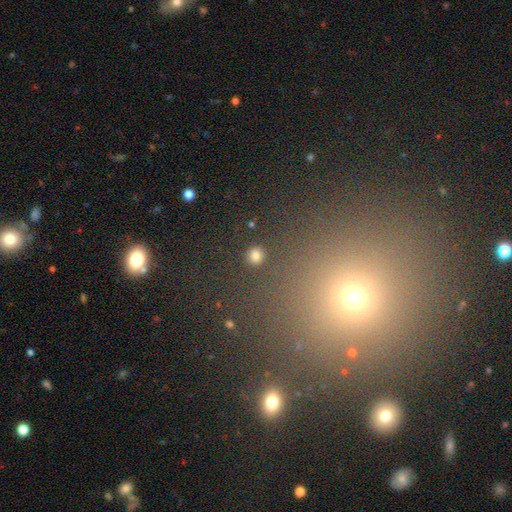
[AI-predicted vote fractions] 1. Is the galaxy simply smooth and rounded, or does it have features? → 80% smooth, 16% star or artifact, 4% featured or disk.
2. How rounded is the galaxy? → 90% round, 9% in between, 1% cigar-shaped.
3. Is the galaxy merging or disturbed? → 90% none, 6% minor disturbance, 2% major disturbance, 2% merger.